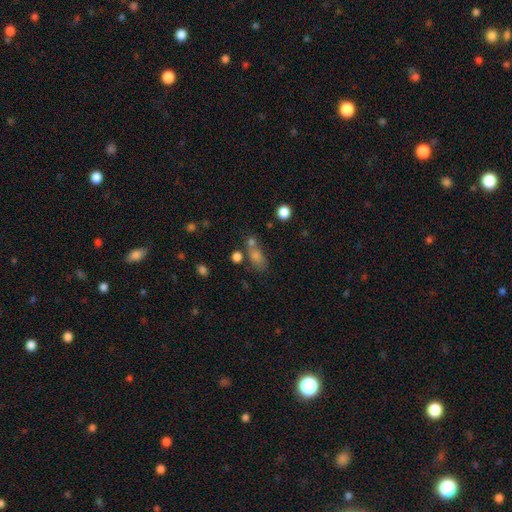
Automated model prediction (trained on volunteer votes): A smooth galaxy with no disk features (66%) that is in between round and cigar-shaped (68%).

Vote fractions:
- Smooth or featured? smooth: 66% / star or artifact: 21% / featured or disk: 13%
- How rounded? in between: 68% / round: 22% / cigar-shaped: 10%
- Merging? none: 50% / merger: 26% / minor disturbance: 16% / major disturbance: 9%